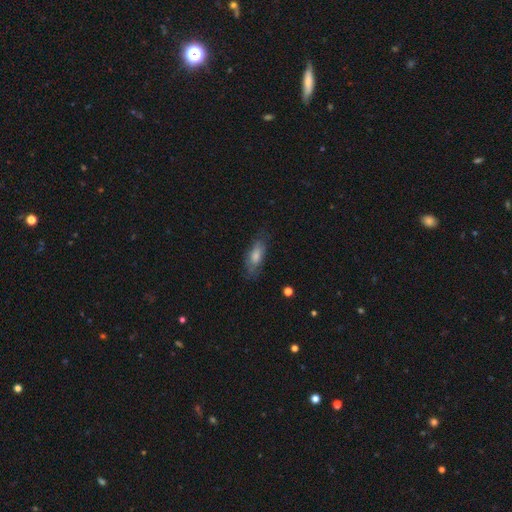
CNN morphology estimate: smooth-or-featured: smooth: 68% | featured or disk: 24% | star or artifact: 8%
  how-rounded: in between: 76% | cigar-shaped: 21% | round: 3%
  merging: none: 65% | minor disturbance: 24% | major disturbance: 10% | merger: 2%